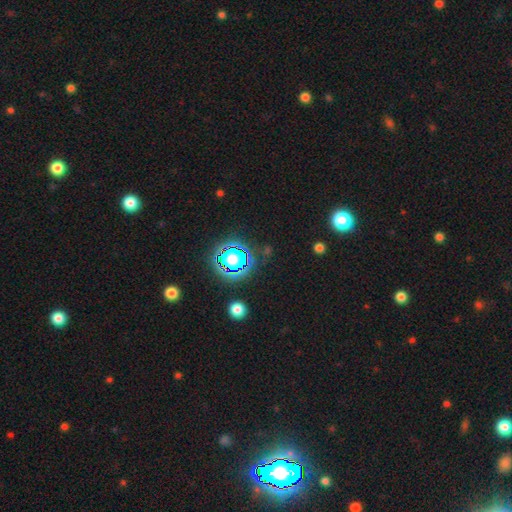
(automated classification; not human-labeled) This is clearly a star or artifact rather than a galaxy (81%).